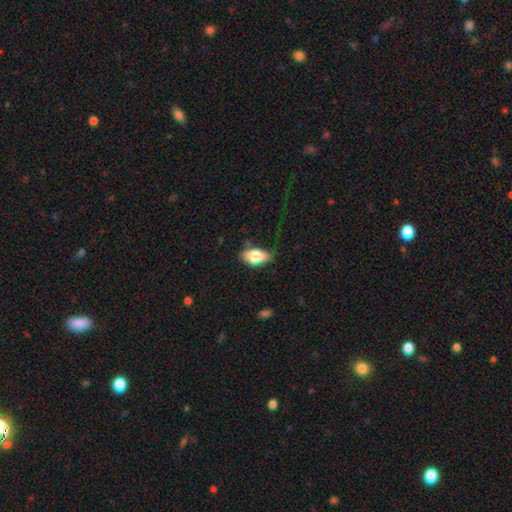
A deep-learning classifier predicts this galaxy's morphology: The model was most divided on "merging": none: 56%, minor disturbance: 31%, major disturbance: 9%, merger: 4%. More confident: how rounded — in between (89%); smooth or featured — smooth (74%).